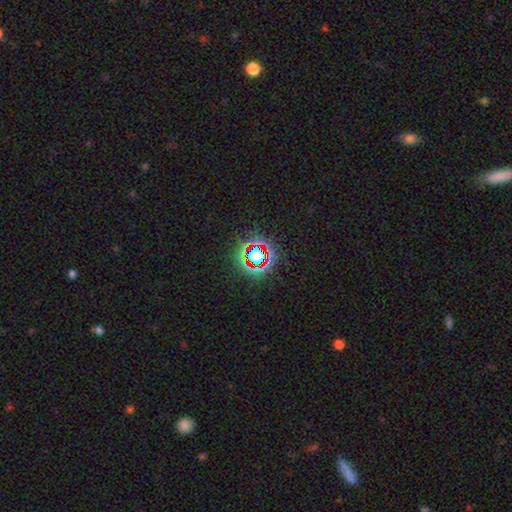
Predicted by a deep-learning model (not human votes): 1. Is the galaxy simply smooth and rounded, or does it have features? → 71% star or artifact, 18% smooth, 11% featured or disk.